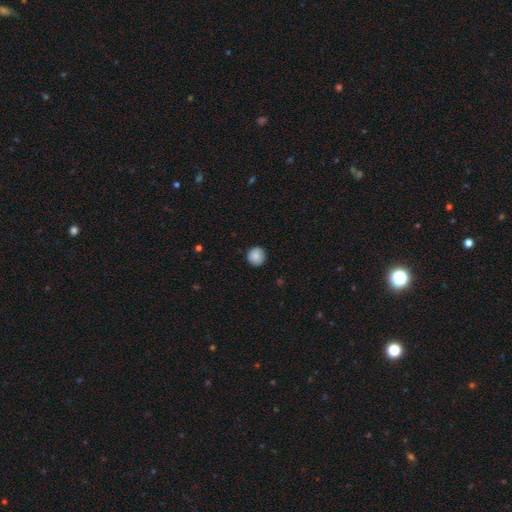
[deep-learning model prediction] A smooth galaxy with no disk features (85%) that is round (93%).

Vote fractions:
- Smooth or featured? smooth: 85% / star or artifact: 8% / featured or disk: 7%
- How rounded? round: 93% / in between: 6% / cigar-shaped: 1%
- Merging? none: 89% / minor disturbance: 9% / major disturbance: 2% / merger: 1%